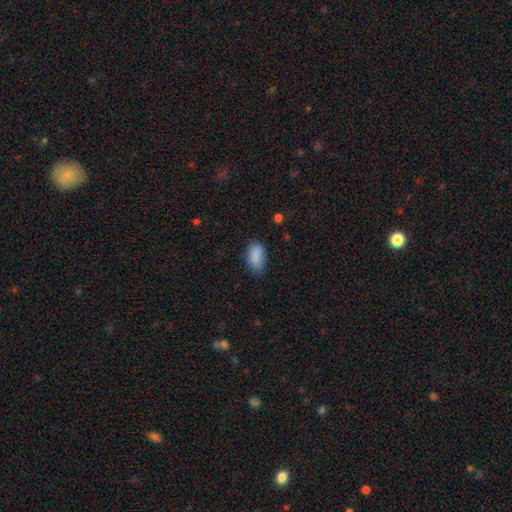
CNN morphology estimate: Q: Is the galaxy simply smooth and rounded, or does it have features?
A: smooth — 88%.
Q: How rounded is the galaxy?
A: in between — 93%.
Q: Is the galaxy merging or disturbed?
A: none — 73%.